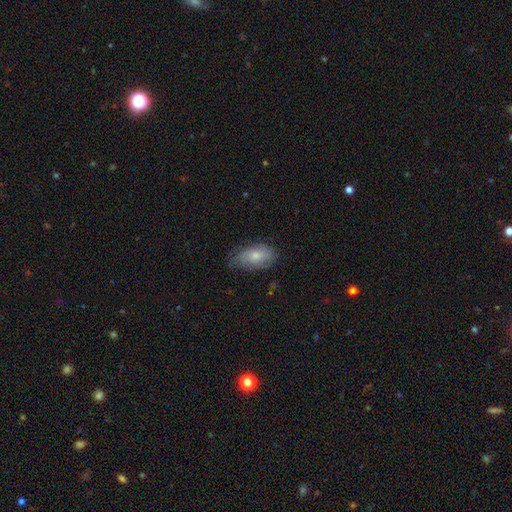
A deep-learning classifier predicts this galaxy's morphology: This is possibly a smooth galaxy (60%). How rounded: clearly in between (91%). Merging: possibly none (58%).